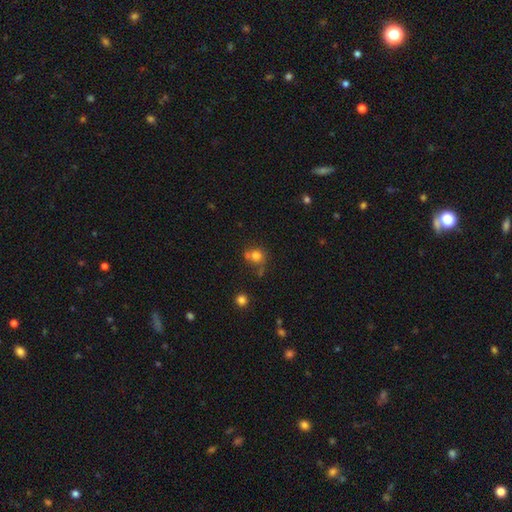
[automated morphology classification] Overall: smooth (76%). How rounded: round (81%). Merging: none (50%; merger 27%).